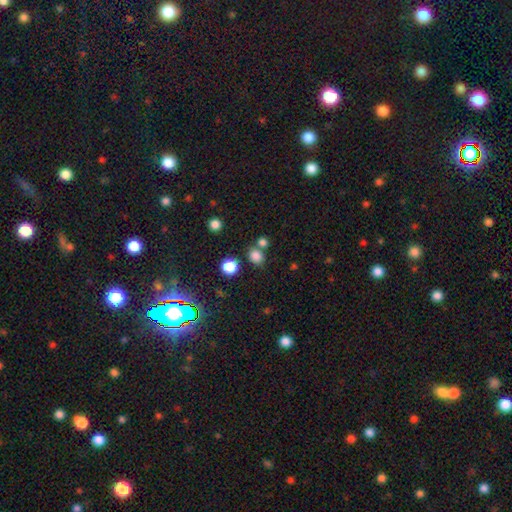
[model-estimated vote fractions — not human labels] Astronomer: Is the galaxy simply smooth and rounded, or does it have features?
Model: smooth — 78%.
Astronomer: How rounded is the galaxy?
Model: round — 65%.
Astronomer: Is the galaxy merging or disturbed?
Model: none — 63%.